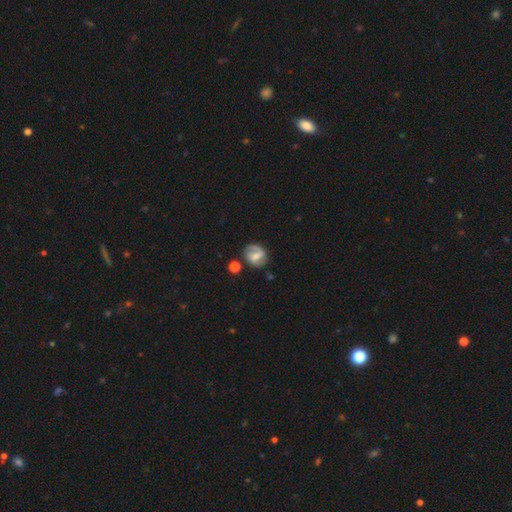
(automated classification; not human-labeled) This is likely a featured or disk galaxy (61%). It is clearly not viewed edge-on (97%). Bar: possibly weak (48%). Spiral arm pattern: clearly yes (84%). Central bulge: marginally small (37%, tied with moderate). Merging: likely none (70%).